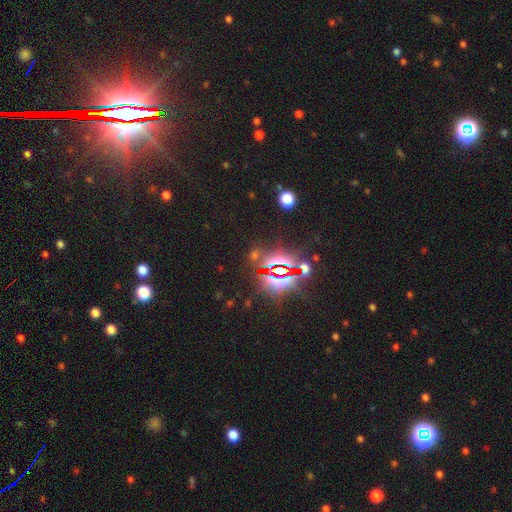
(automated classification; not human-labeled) This appears to be a star or artifact, not a galaxy (81%).